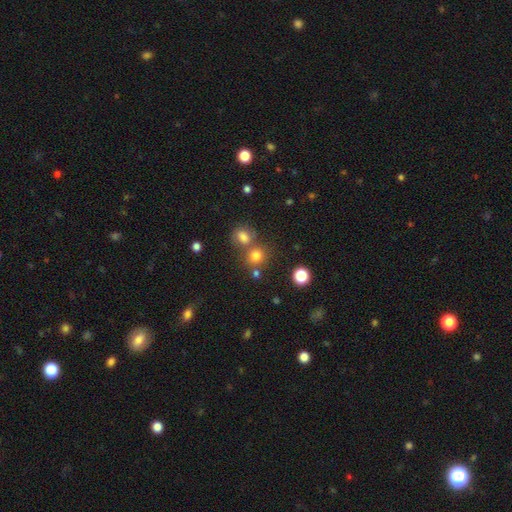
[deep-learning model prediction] Smooth or featured?
  - smooth: 76% *
  - star or artifact: 16%
  - featured or disk: 8%
How rounded?
  - round: 84% *
  - in between: 15%
  - cigar-shaped: 1%
Merging?
  - none: 59% *
  - merger: 28%
  - minor disturbance: 9%
  - major disturbance: 4%